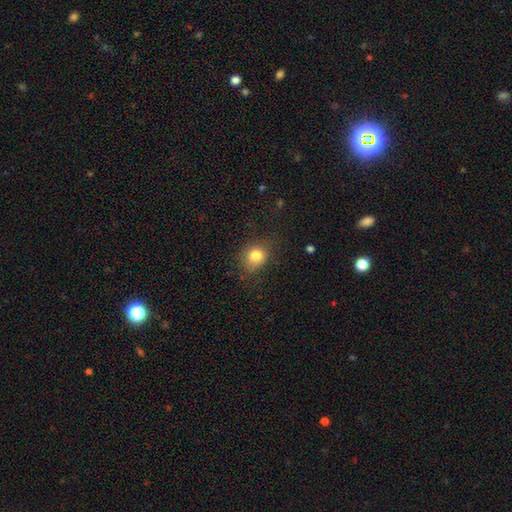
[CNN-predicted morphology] The model was most divided on "how rounded": round: 66%, in between: 33%, cigar-shaped: 1%. More confident: smooth or featured — smooth (81%); merging — none (77%).